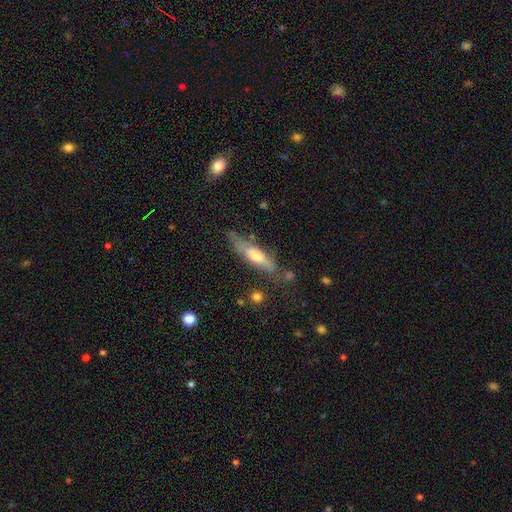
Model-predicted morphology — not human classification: smooth_or_featured: smooth (p=0.51) [alt: featured or disk p=0.43]
how_rounded: cigar-shaped (p=0.70) [alt: in between p=0.28]
merging: none (p=0.62) [alt: minor disturbance p=0.24]